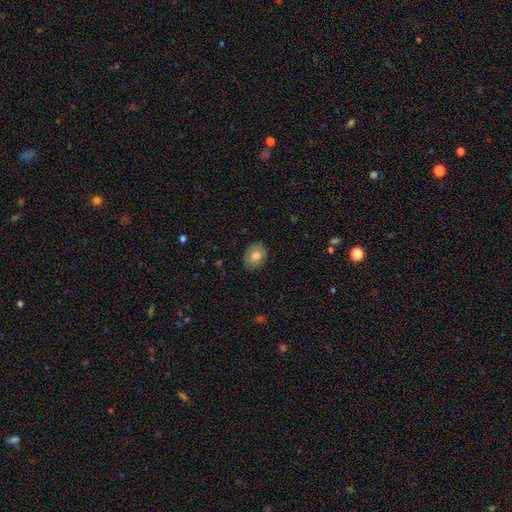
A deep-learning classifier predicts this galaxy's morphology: Smooth or featured?
  - smooth: 69% *
  - featured or disk: 23%
  - star or artifact: 8%
How rounded?
  - round: 53% *
  - in between: 46%
  - cigar-shaped: 1%
Merging?
  - none: 82% *
  - minor disturbance: 13%
  - major disturbance: 3%
  - merger: 1%